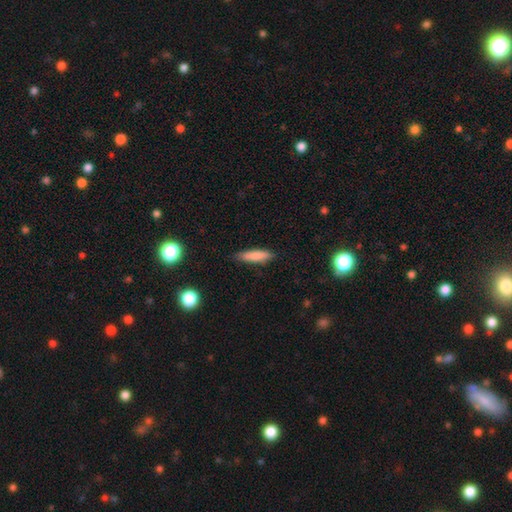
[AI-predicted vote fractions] A smooth galaxy with no disk features (81%) that is cigar-shaped (71%).

Vote fractions:
- Smooth or featured? smooth: 81% / featured or disk: 12% / star or artifact: 7%
- How rounded? cigar-shaped: 71% / in between: 28% / round: 2%
- Merging? none: 82% / minor disturbance: 14% / major disturbance: 2% / merger: 1%